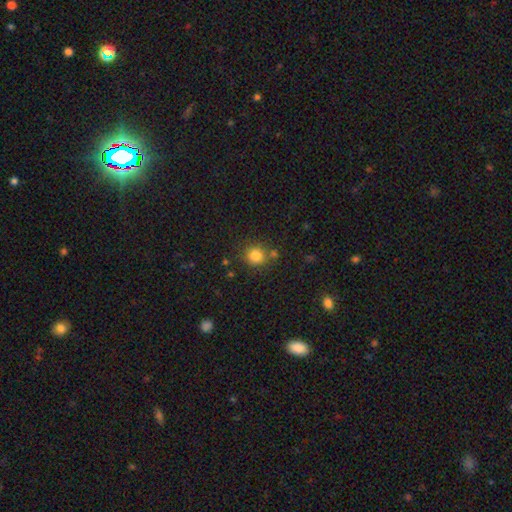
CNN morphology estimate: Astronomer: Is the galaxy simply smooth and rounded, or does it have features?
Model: smooth — 83%.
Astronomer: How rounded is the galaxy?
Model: round — 90%.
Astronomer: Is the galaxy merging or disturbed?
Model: none — 79%.